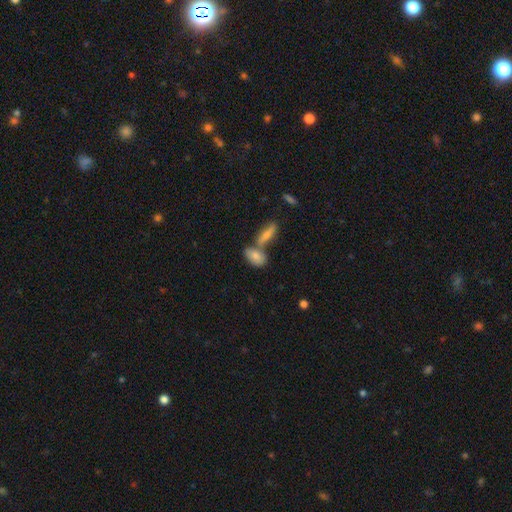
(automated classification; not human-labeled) This appears to be a smooth galaxy with no disk features (77%) that is in between round and cigar-shaped (85%). Merging: merger (46%).